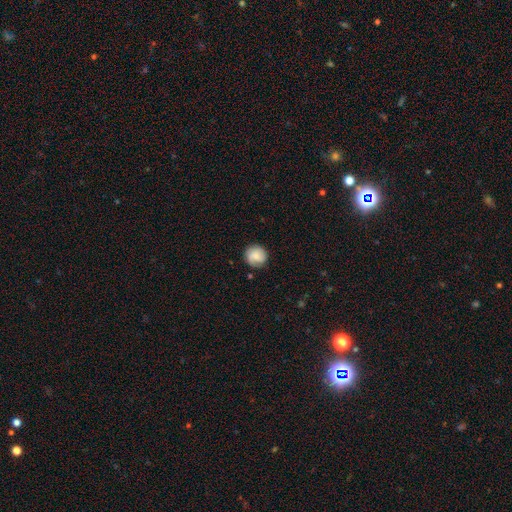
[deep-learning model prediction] Smooth or featured? smooth (72%)
How rounded? round (90%)
Merging? none (80%)